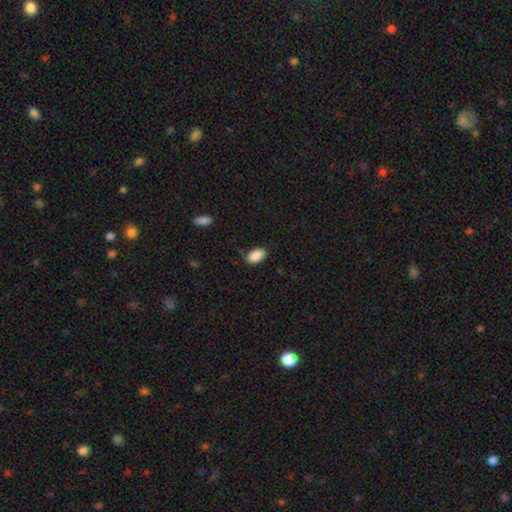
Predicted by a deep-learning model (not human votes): Smooth or featured? smooth (89%)
How rounded? in between (92%)
Merging? none (78%)